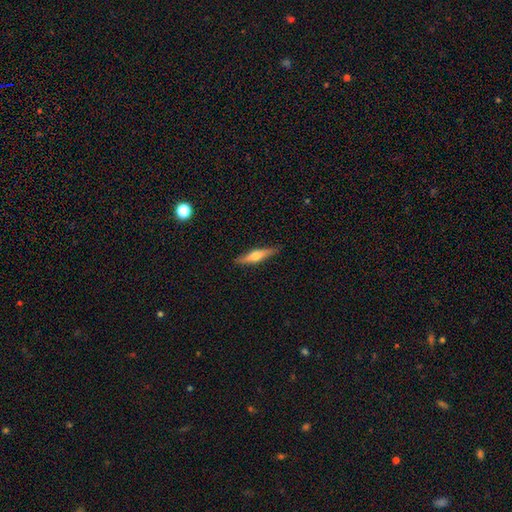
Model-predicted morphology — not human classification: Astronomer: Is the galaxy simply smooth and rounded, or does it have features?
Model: featured or disk — 58% (runner-up: smooth, 37%).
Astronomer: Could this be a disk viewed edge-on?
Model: yes — 96%.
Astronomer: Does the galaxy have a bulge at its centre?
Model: rounded — 92%.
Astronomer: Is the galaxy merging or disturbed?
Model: none — 88%.